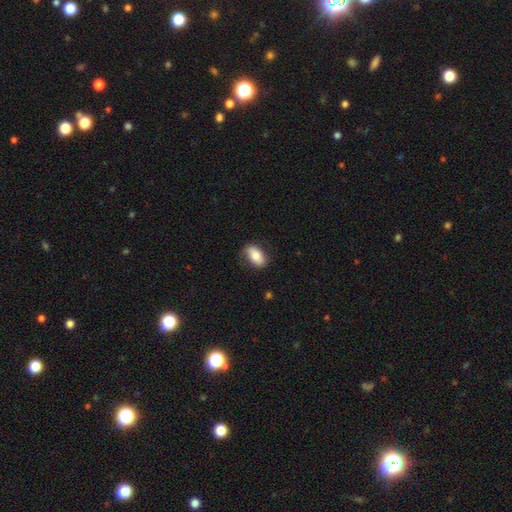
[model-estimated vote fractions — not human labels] smooth 75%, featured or disk 19%, star or artifact 6%. Down the decision tree: how rounded — in between (90%); merging — none (77%).